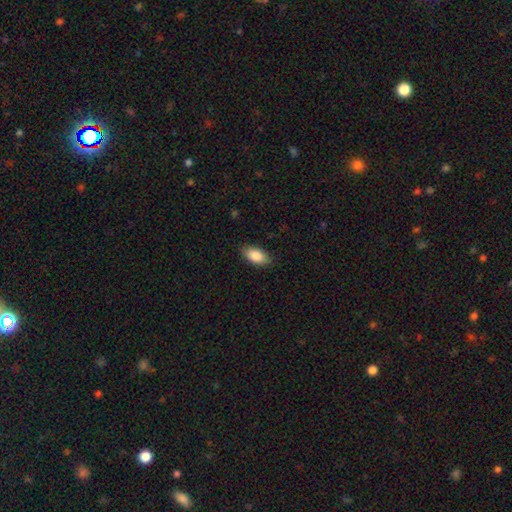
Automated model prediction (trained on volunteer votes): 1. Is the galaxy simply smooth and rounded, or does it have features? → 87% smooth, 6% star or artifact, 6% featured or disk.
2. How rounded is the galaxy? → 92% in between, 5% cigar-shaped, 3% round.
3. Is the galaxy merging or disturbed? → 85% none, 12% minor disturbance, 2% major disturbance, 1% merger.